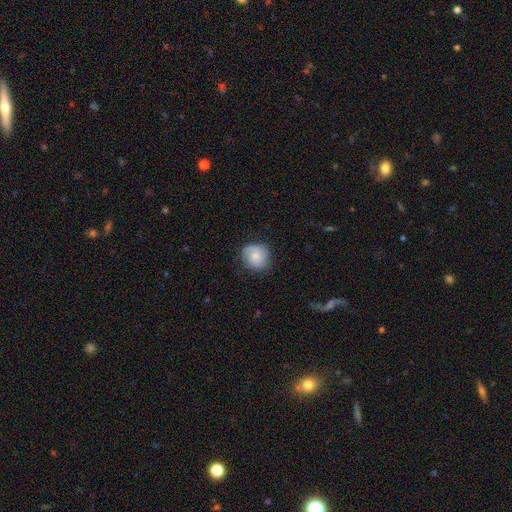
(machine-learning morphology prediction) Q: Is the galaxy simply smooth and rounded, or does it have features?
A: smooth — 68%.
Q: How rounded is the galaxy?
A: round — 82%.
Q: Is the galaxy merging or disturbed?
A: none — 71%.